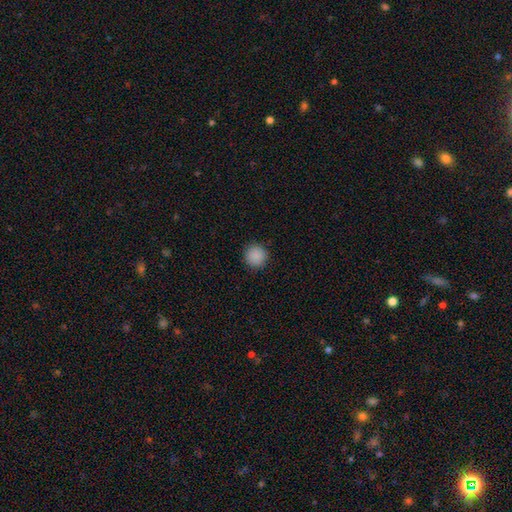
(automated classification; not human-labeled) This is clearly a smooth galaxy (89%). How rounded: clearly round (95%). Merging: clearly none (92%).